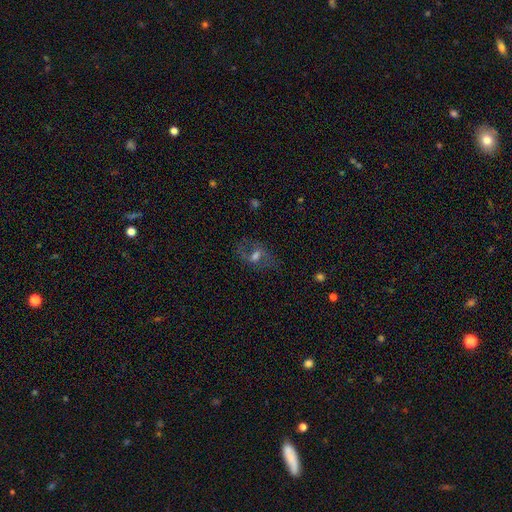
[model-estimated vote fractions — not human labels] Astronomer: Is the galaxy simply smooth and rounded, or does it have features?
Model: featured or disk — 57%.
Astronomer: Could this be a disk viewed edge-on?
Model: no — 92%.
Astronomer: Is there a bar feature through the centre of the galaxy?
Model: weak — 48% (runner-up: no, 31%).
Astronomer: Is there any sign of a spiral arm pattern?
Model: yes — 65%.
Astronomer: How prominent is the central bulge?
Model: moderate — 54%.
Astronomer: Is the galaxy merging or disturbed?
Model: none — 66%.